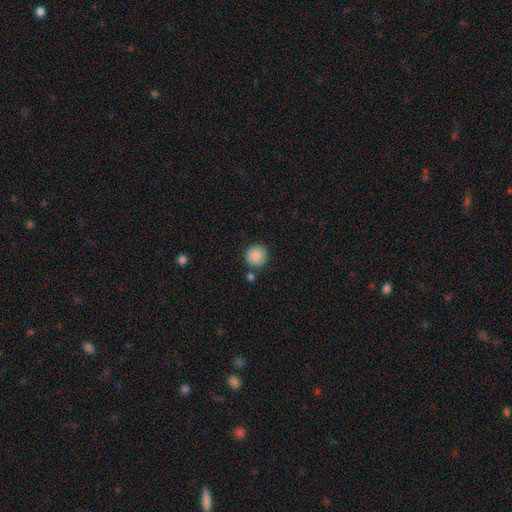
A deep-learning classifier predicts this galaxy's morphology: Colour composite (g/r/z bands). It shows a smooth galaxy with no disk features (87%) that is round (95%). Merging: none (84%).